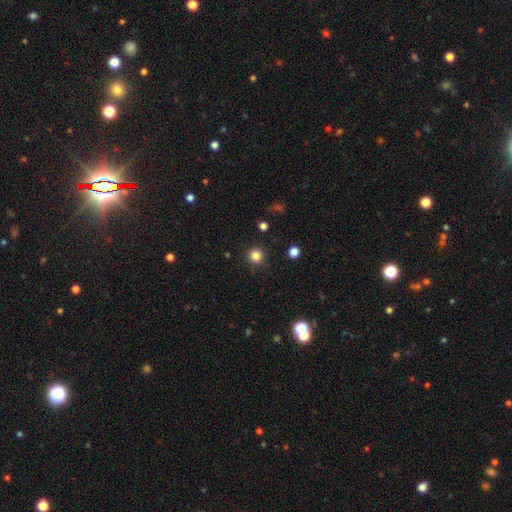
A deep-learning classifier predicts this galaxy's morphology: This is clearly a smooth galaxy (83%). How rounded: clearly round (95%). Merging: clearly none (91%).